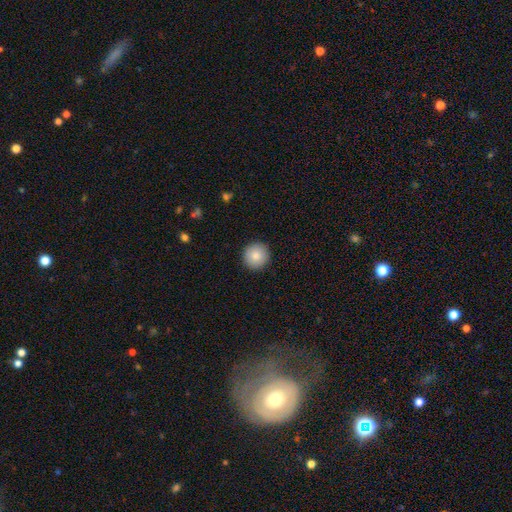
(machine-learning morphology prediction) Smooth or featured: smooth — 85% (star or artifact — 8%)
How rounded: round — 95% (in between — 4%)
Merging: none — 93% (minor disturbance — 5%)